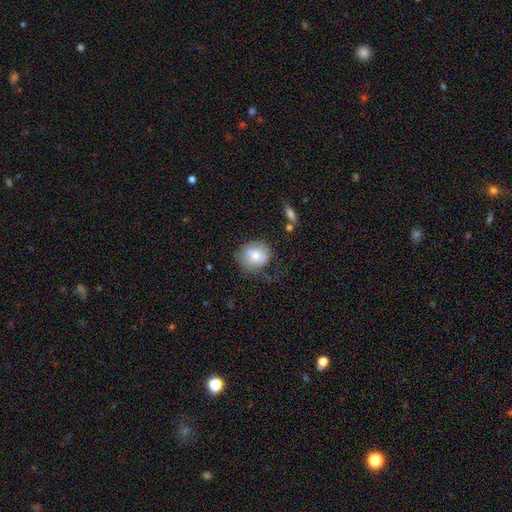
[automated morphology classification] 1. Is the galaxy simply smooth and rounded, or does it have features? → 72% smooth, 21% featured or disk, 7% star or artifact.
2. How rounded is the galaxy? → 76% round, 23% in between, 1% cigar-shaped.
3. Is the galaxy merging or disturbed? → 53% none, 28% minor disturbance, 17% major disturbance, 3% merger.